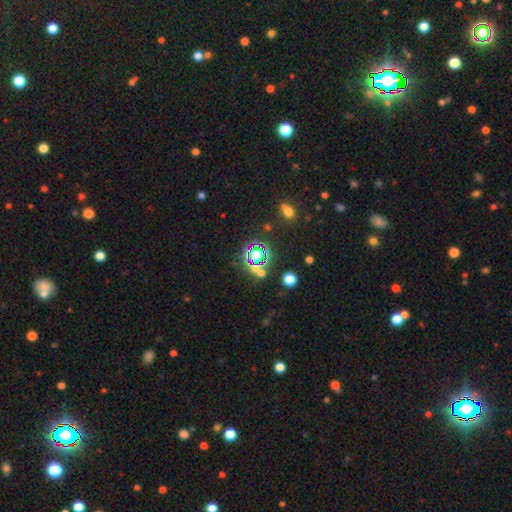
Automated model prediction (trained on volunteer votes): Morphology: type=star or artifact (63%).